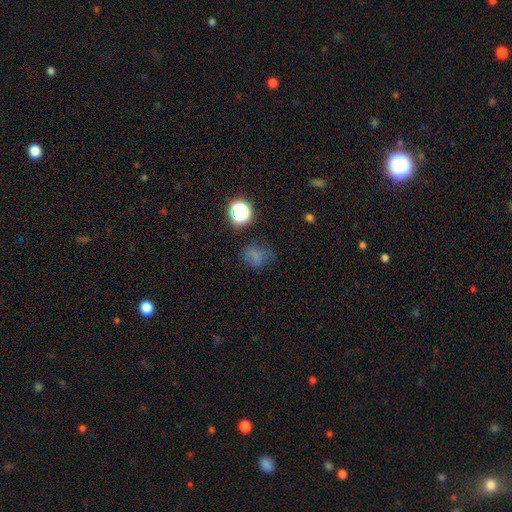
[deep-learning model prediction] Smooth or featured? smooth (60%)
How rounded? round (64%)
Merging? none (60%)